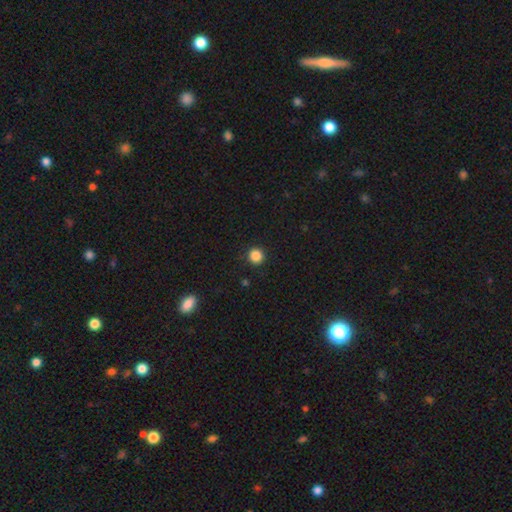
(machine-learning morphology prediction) This is clearly a smooth galaxy (86%). How rounded: clearly round (94%). Merging: clearly none (92%).